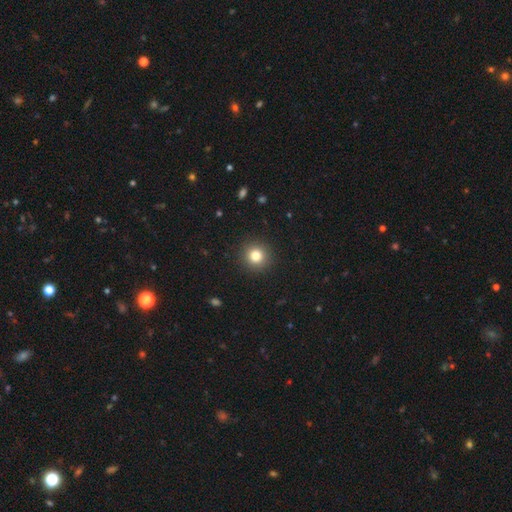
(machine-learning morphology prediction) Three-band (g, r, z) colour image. It shows a smooth galaxy with no disk features (82%) that is round (94%). Merging: none (92%).